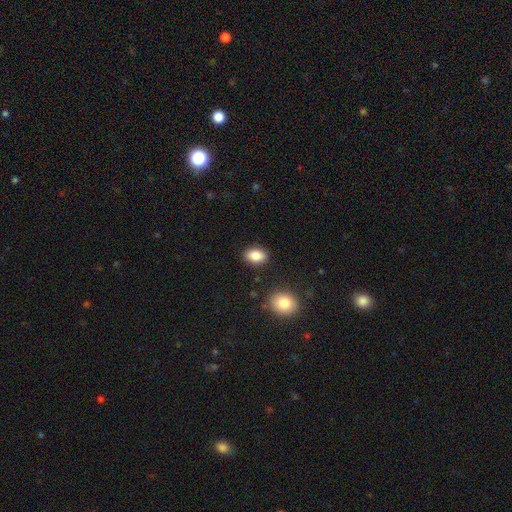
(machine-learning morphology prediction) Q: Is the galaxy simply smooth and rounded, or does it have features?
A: smooth — 85%.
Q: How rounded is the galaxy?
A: in between — 83%.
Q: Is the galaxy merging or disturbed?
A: none — 87%.